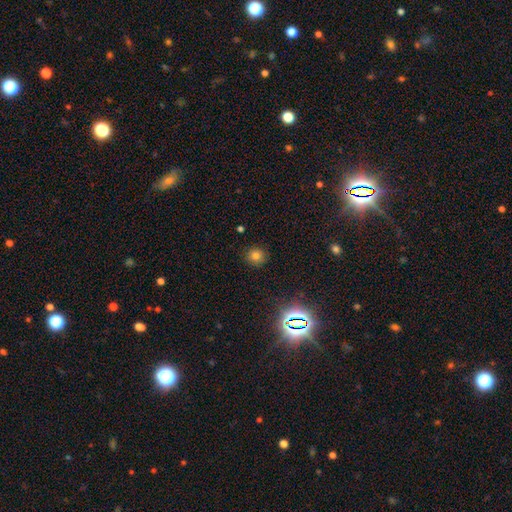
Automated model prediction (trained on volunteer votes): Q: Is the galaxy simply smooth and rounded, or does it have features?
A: smooth — 75%.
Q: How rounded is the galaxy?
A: round — 90%.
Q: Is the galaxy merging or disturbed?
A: none — 89%.